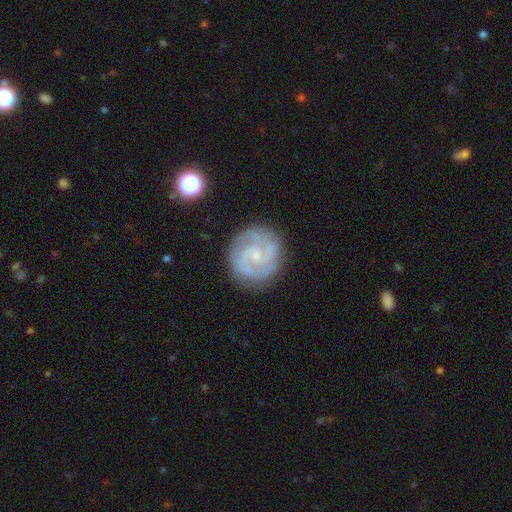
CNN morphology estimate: Q: Smooth or featured?
A: featured or disk (89%); runner-up: smooth (6%)
Q: Edge-on disk?
A: no (98%); runner-up: yes (2%)
Q: Bar?
A: no (58%); runner-up: weak (35%)
Q: Spiral arms?
A: yes (98%); runner-up: no (2%)
Q: Spiral winding?
A: tight (56%); runner-up: medium (38%)
Q: Spiral arm count?
A: 2 (66%); runner-up: 3 (18%)
Q: Bulge size?
A: small (78%); runner-up: moderate (15%)
Q: Merging?
A: none (84%); runner-up: minor disturbance (11%)